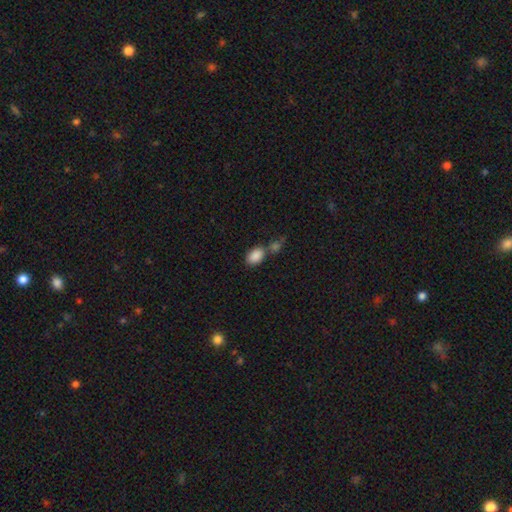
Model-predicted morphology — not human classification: A smooth galaxy with no disk features (87%) that is in between round and cigar-shaped (87%). Merging: none (51%).